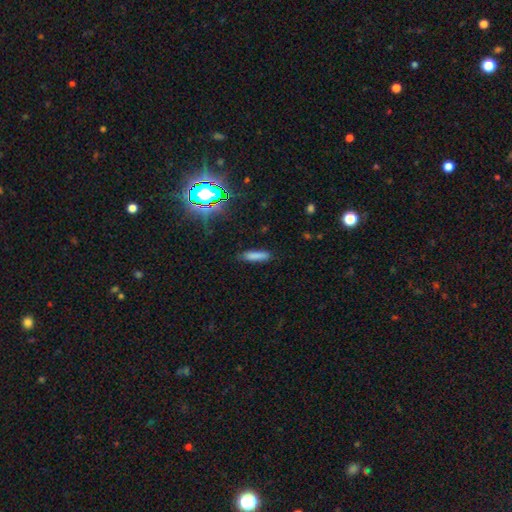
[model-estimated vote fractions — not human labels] A smooth galaxy with no disk features (80%) that is cigar-shaped (71%).

Vote fractions:
- Smooth or featured? smooth: 80% / star or artifact: 12% / featured or disk: 8%
- How rounded? cigar-shaped: 71% / in between: 27% / round: 2%
- Merging? none: 82% / minor disturbance: 13% / major disturbance: 3% / merger: 2%